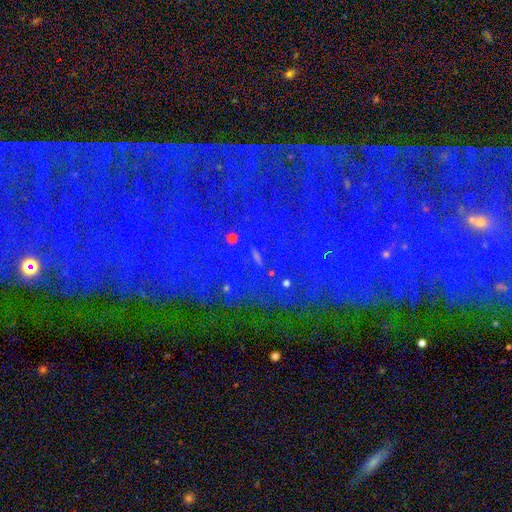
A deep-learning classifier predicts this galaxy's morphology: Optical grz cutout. It shows a star or artifact, not a galaxy (79%).